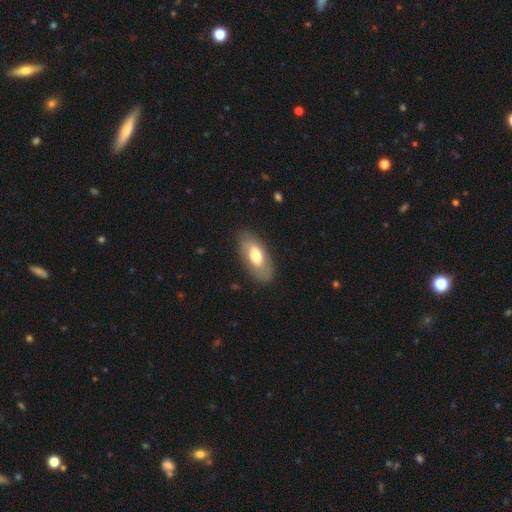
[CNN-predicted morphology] type=smooth (66%); roundness=in between (87%); merging=none (82%).